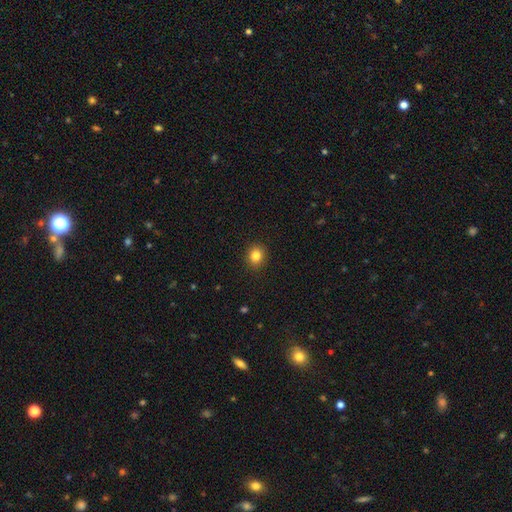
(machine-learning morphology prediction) Smooth or featured?
  - smooth: 84% *
  - star or artifact: 11%
  - featured or disk: 5%
How rounded?
  - round: 74% *
  - in between: 25%
  - cigar-shaped: 1%
Merging?
  - none: 91% *
  - minor disturbance: 7%
  - major disturbance: 2%
  - merger: 1%